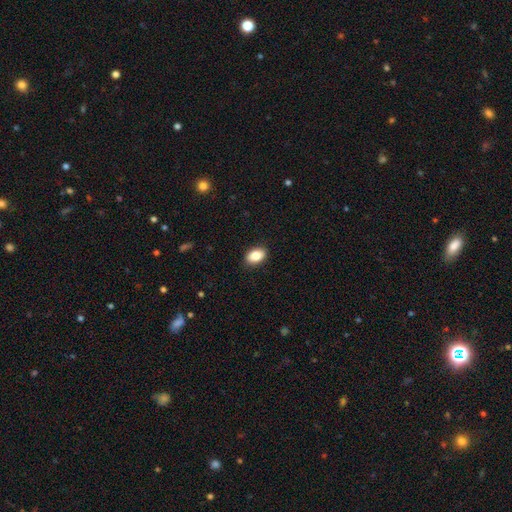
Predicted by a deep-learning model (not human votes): A smooth galaxy with no disk features (86%) that is in between round and cigar-shaped (88%). Merging: none (89%).